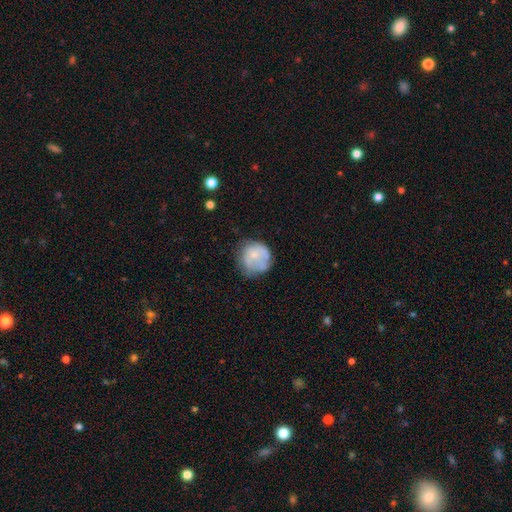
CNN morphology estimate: Smooth or featured?
  - smooth: 58% *
  - featured or disk: 34%
  - star or artifact: 9%
How rounded?
  - round: 87% *
  - in between: 12%
  - cigar-shaped: 1%
Merging?
  - none: 50% *
  - minor disturbance: 28%
  - major disturbance: 17%
  - merger: 5%